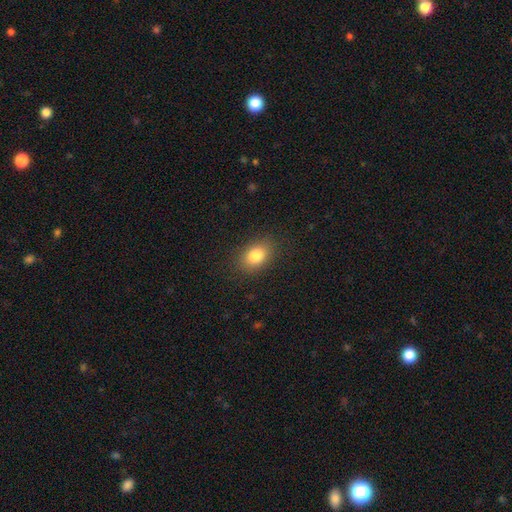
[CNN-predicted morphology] type=smooth (81%); roundness=in between (75%); merging=none (86%).